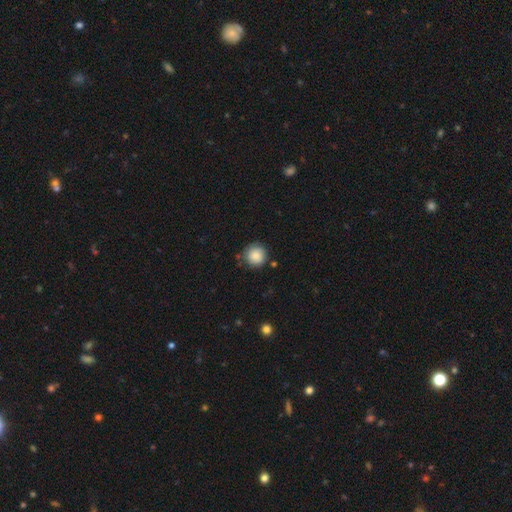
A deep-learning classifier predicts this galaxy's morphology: type=smooth (86%); roundness=round (94%); merging=none (82%).